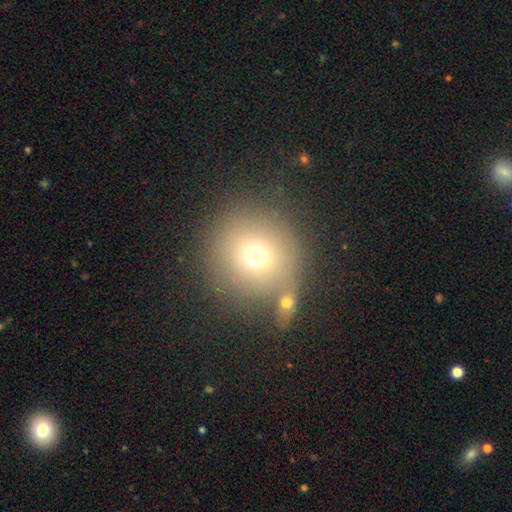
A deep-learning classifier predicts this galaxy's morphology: This appears to be a smooth galaxy with no disk features (70%) that is round (93%). Merging: none (68%).